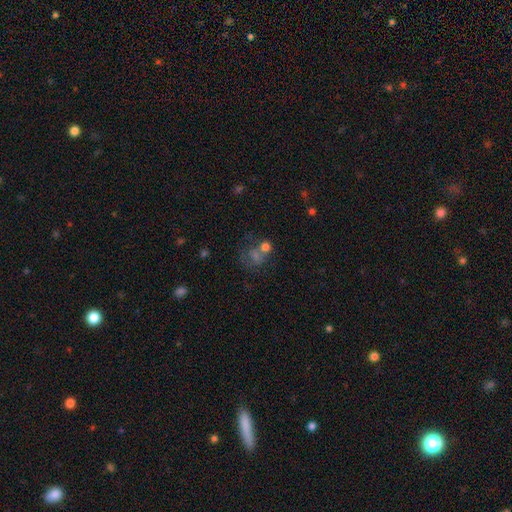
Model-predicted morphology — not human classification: Overall: smooth (42%; star or artifact 33%). Merging: none (44%; merger 27%).